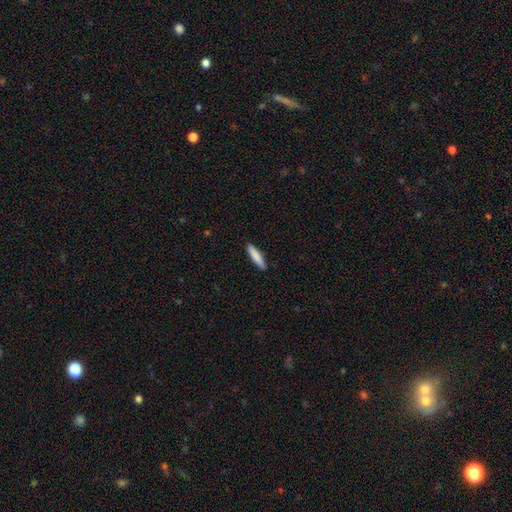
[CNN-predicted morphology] The model was most divided on "how rounded": cigar-shaped: 81%, in between: 17%, round: 1%. More confident: merging — none (89%); smooth or featured — smooth (85%).